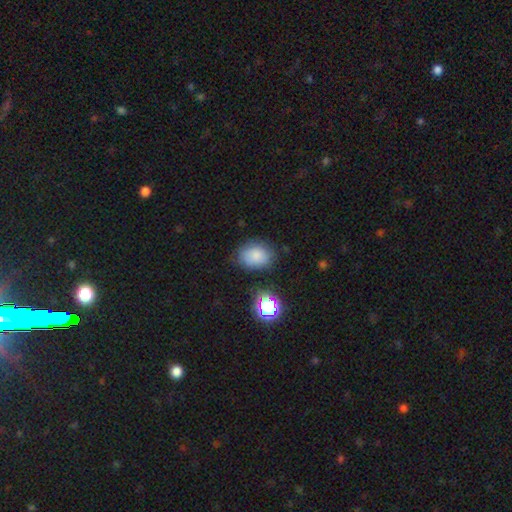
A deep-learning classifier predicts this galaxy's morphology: This appears to be a smooth galaxy with no disk features (81%) that is in between round and cigar-shaped (70%). Merging: none (77%).